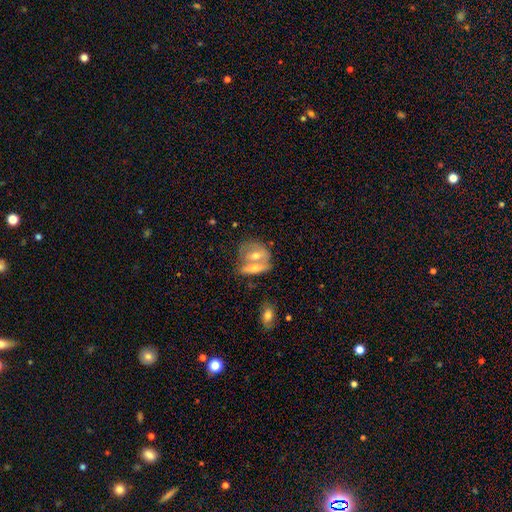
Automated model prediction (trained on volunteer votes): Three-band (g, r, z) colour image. It shows a smooth galaxy with no disk features (53%) that is in between round and cigar-shaped (64%). Merging: merger (60%).